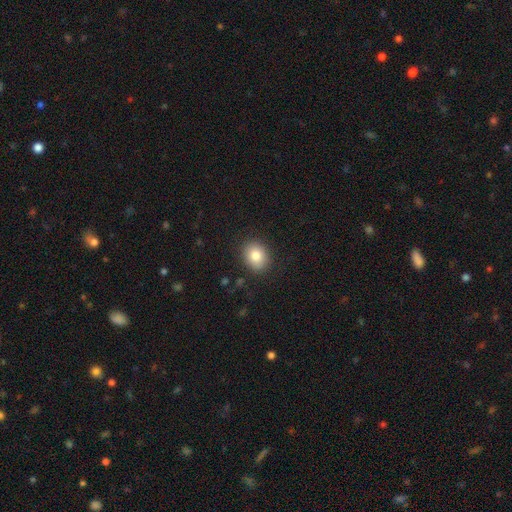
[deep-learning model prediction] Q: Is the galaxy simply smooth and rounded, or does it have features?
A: smooth — 83%.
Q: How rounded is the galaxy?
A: round — 52%.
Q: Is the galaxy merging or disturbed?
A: none — 87%.